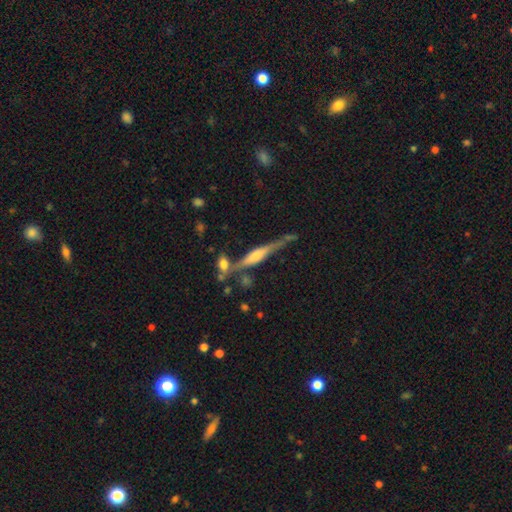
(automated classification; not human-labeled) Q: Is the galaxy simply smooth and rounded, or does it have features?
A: featured or disk — 72%.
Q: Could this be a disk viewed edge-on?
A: yes — 94%.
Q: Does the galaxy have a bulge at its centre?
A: rounded — 65%.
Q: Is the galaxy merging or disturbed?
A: none — 64%.